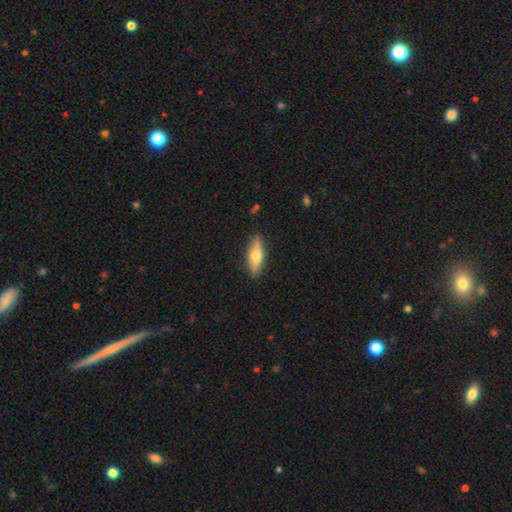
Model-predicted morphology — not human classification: smooth 52%, featured or disk 42%, star or artifact 6%. Down the decision tree: how rounded — cigar-shaped (56%); merging — none (88%).